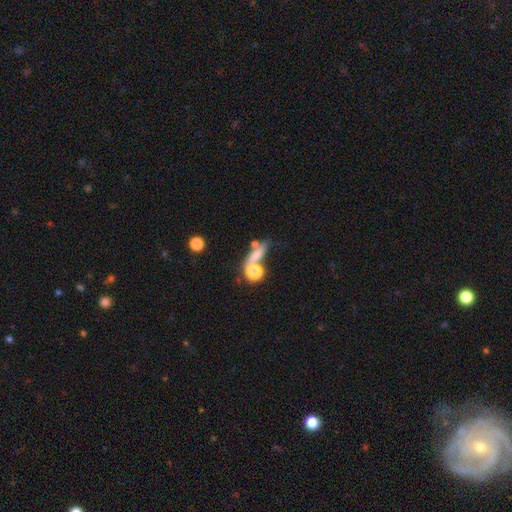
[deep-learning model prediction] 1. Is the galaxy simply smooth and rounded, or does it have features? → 63% smooth, 21% featured or disk, 16% star or artifact.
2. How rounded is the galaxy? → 40% cigar-shaped, 34% in between, 26% round.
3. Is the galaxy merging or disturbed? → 42% none, 31% merger, 14% minor disturbance, 13% major disturbance.